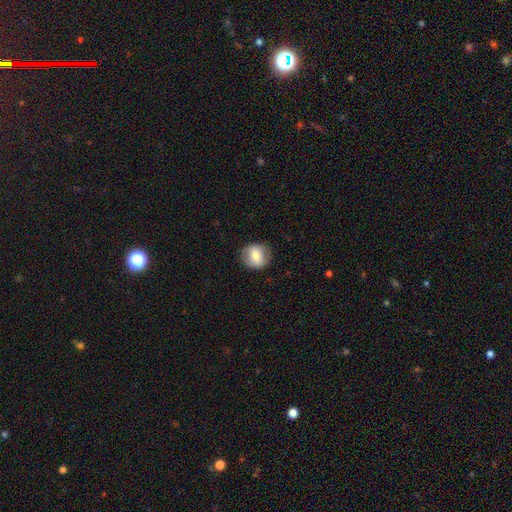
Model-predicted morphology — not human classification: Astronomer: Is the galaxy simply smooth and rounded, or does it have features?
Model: smooth — 66%.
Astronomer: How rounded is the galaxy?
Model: round — 74%.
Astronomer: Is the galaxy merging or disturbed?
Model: none — 83%.